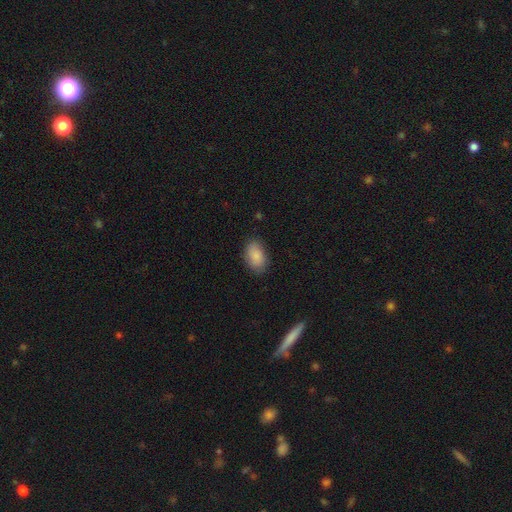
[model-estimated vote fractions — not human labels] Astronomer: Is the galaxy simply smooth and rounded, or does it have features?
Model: smooth — 88%.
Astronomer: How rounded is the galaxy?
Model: in between — 91%.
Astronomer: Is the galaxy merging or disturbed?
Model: none — 84%.